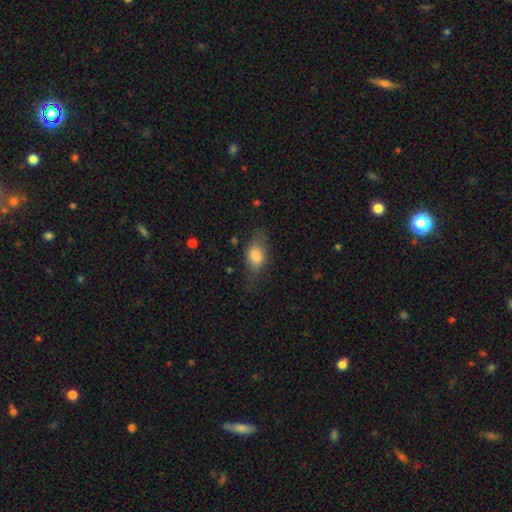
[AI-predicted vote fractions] Smooth or featured? Predicted: smooth (p=0.78). How rounded? Predicted: in between (p=0.85). Merging? Predicted: none (p=0.59).